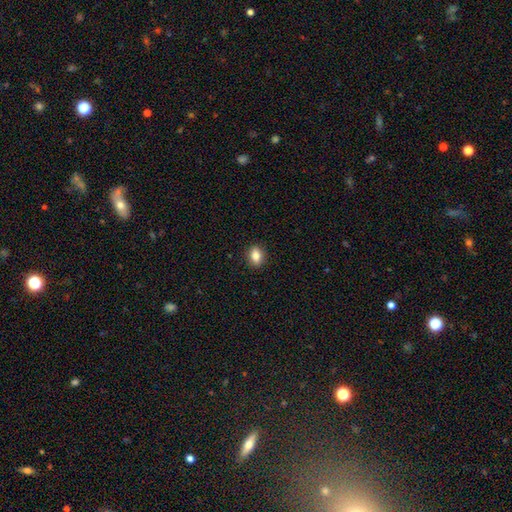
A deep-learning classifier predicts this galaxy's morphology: This appears to be a smooth galaxy with no disk features (83%) that is in between round and cigar-shaped (67%). Merging: none (89%).